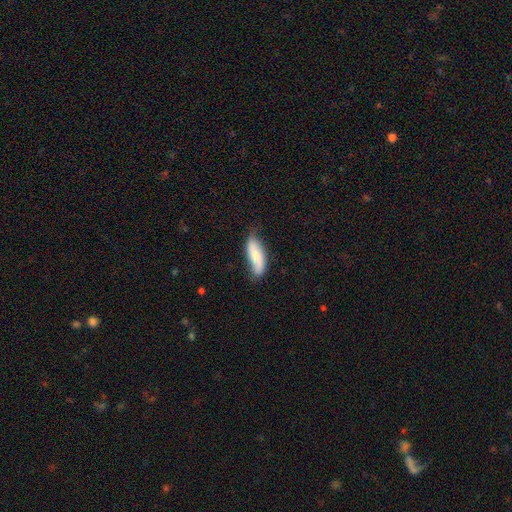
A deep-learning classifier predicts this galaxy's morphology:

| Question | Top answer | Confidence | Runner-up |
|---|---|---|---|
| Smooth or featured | smooth | 58% | featured or disk (36%) |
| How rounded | in between | 63% | cigar-shaped (34%) |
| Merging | none | 66% | minor disturbance (27%) |